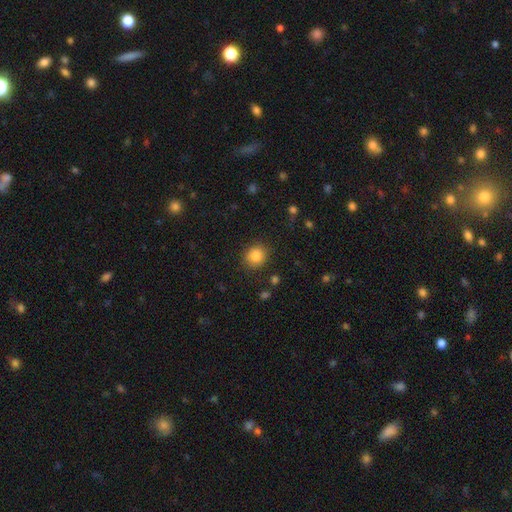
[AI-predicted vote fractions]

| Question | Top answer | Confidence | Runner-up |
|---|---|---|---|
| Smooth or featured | smooth | 85% | star or artifact (10%) |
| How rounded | round | 82% | in between (17%) |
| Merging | none | 87% | minor disturbance (8%) |